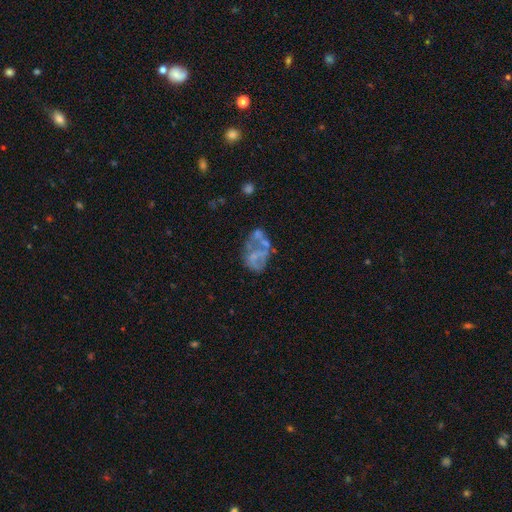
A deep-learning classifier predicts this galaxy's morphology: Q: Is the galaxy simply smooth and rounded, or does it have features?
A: featured or disk — 62%.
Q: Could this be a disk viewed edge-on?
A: no — 98%.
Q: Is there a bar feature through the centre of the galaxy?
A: no — 86%.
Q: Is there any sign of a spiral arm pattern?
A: no — 86%.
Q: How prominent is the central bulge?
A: none — 72%.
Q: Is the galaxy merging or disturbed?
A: none — 32%.